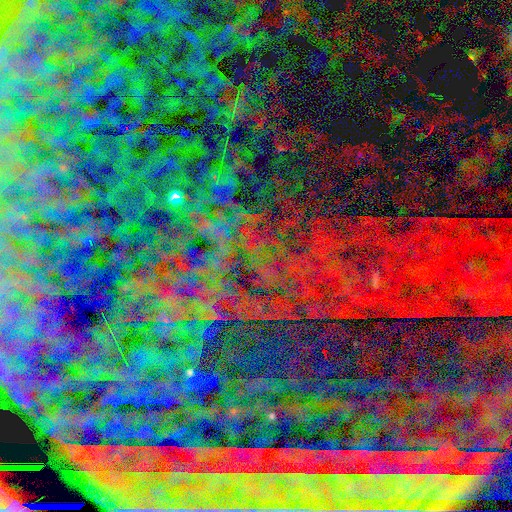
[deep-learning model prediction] Smooth or featured? star or artifact (83%)